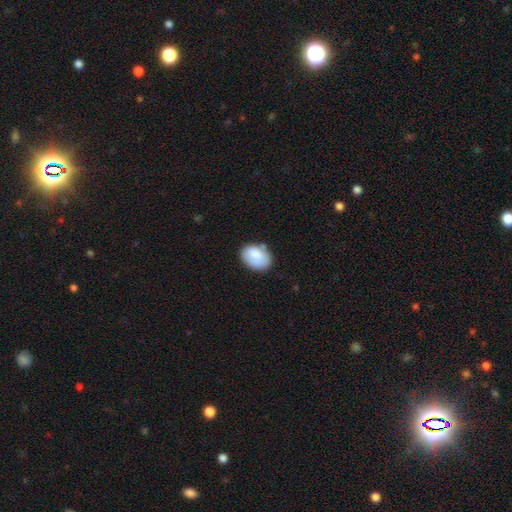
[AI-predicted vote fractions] smooth-or-featured: smooth: 85% | featured or disk: 8% | star or artifact: 7%
  how-rounded: in between: 77% | round: 22% | cigar-shaped: 1%
  merging: none: 69% | minor disturbance: 21% | merger: 5% | major disturbance: 5%